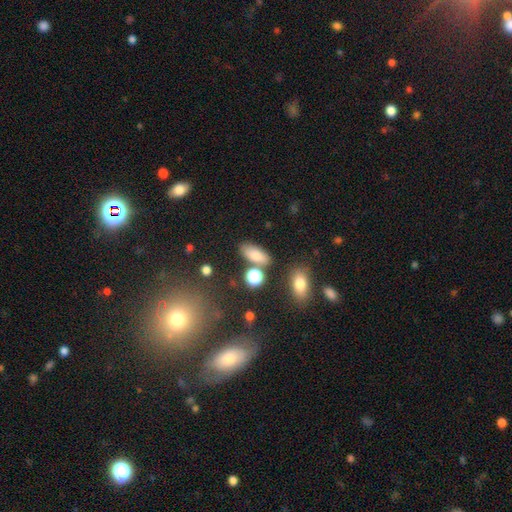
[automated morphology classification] Smooth or featured? smooth (80%)
How rounded? in between (77%)
Merging? none (74%)